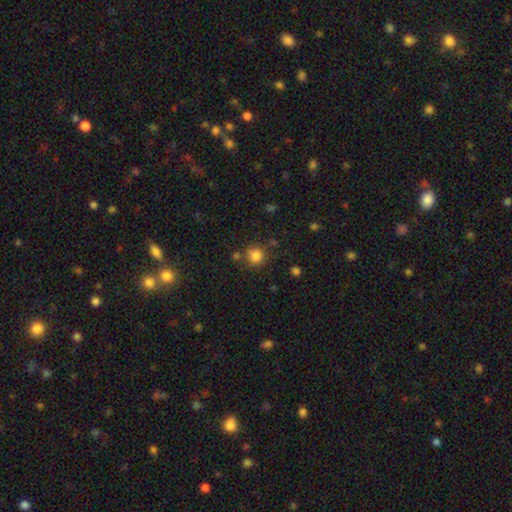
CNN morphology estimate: This is clearly a smooth galaxy (82%). How rounded: clearly round (90%). Merging: likely none (74%).